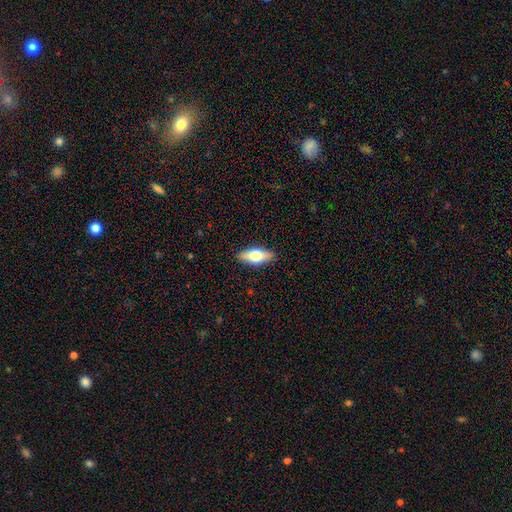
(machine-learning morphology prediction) smooth-or-featured: smooth: 60% | featured or disk: 34% | star or artifact: 7%
  how-rounded: in between: 73% | cigar-shaped: 23% | round: 3%
  merging: none: 88% | minor disturbance: 9% | major disturbance: 2% | merger: 1%